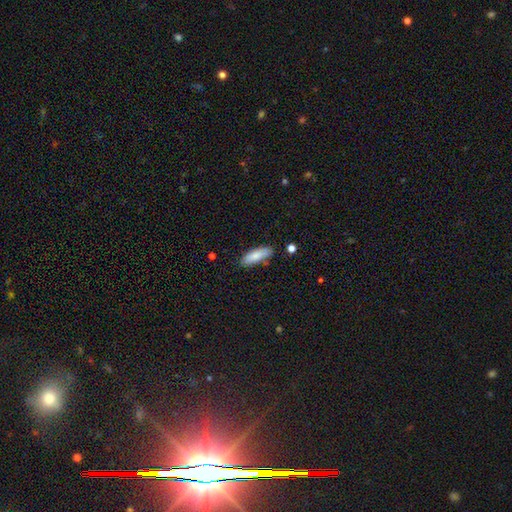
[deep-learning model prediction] smooth_or_featured: smooth (p=0.82) [alt: featured or disk p=0.12]
how_rounded: in between (p=0.55) [alt: cigar-shaped p=0.43]
merging: none (p=0.82) [alt: minor disturbance p=0.13]